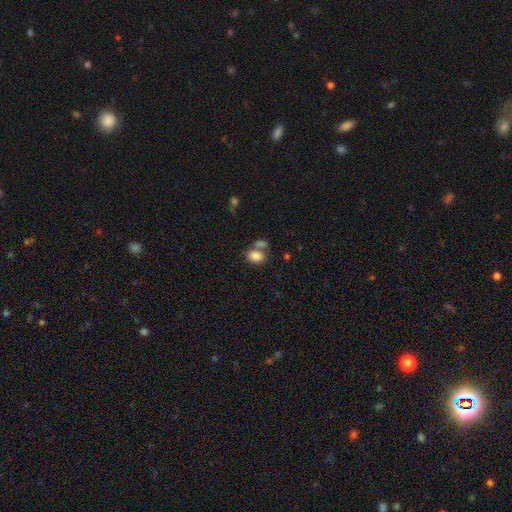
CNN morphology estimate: smooth 84%, star or artifact 9%, featured or disk 7%. Down the decision tree: how rounded — in between (80%); merging — none (45%).